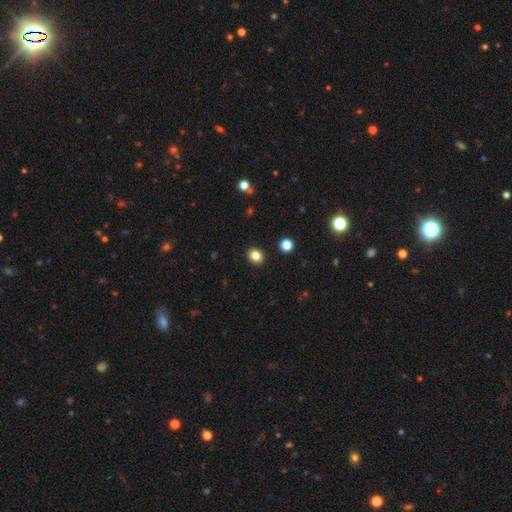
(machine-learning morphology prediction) The model was most divided on "how rounded": round: 59%, in between: 40%, cigar-shaped: 1%. More confident: merging — none (91%); smooth or featured — smooth (83%).